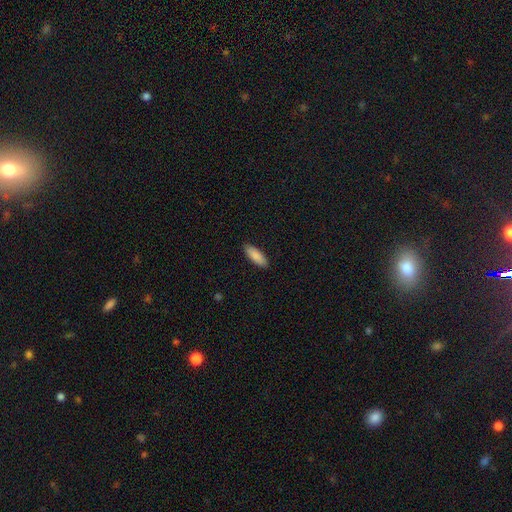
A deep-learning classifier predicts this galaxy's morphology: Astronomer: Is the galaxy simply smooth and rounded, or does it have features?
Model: smooth — 89%.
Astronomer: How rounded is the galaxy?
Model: in between — 67%.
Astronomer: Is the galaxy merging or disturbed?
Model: none — 89%.